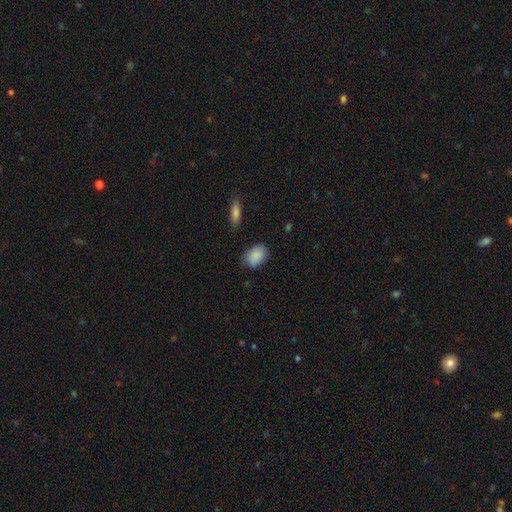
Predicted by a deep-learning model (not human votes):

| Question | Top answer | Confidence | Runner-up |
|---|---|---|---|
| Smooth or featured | smooth | 88% | star or artifact (7%) |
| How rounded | in between | 81% | round (17%) |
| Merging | none | 74% | minor disturbance (20%) |